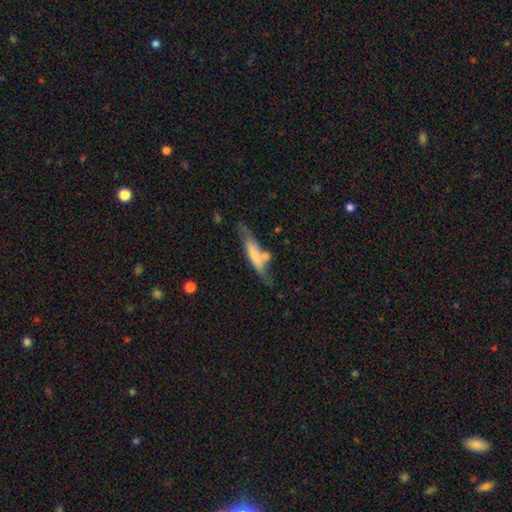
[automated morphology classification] smooth 62%, featured or disk 32%, star or artifact 6%. Down the decision tree: how rounded — cigar-shaped (76%); merging — none (49%).